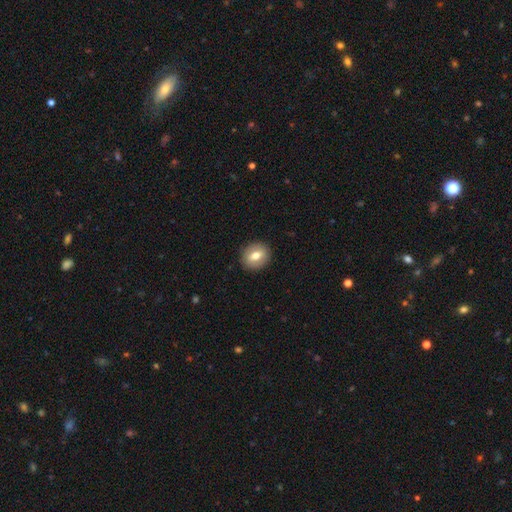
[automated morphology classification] This appears to be a smooth galaxy with no disk features (68%) that is round (65%). Merging: none (90%).